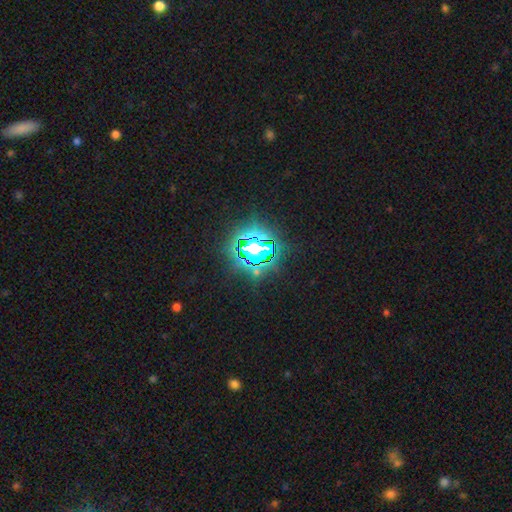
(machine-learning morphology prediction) smooth-or-featured: star or artifact: 70% | smooth: 18% | featured or disk: 12%